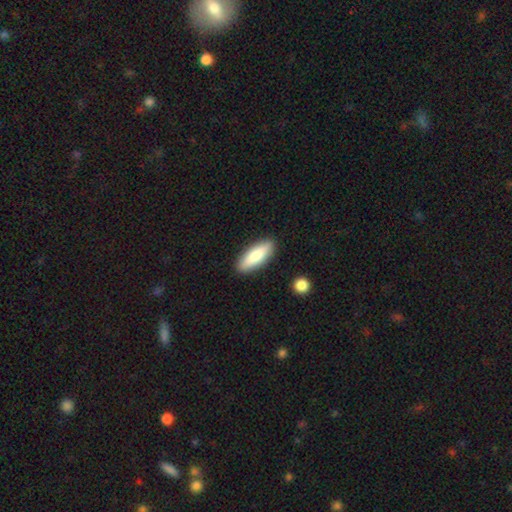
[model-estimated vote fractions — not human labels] This is likely a smooth galaxy (78%). How rounded: possibly in between (58%). Merging: clearly none (89%).